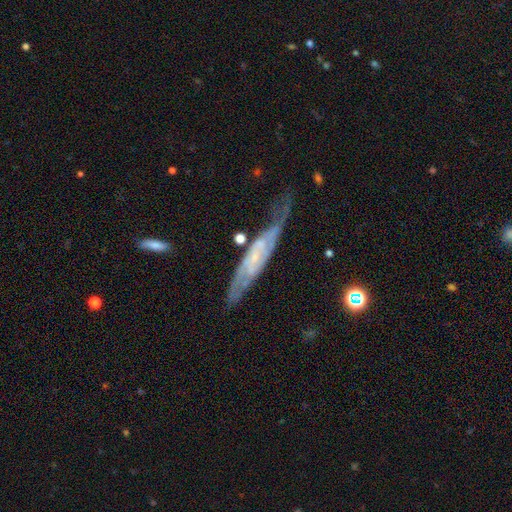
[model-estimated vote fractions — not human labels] featured or disk 79%, smooth 15%, star or artifact 6%. Down the decision tree: edge-on disk — no (66%); bar — no (46%); spiral arms — yes (89%); bulge size — small (69%); merging — none (54%).